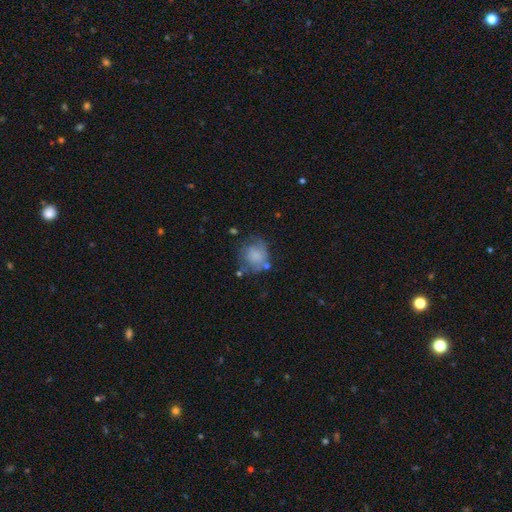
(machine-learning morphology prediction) The model was most divided on "merging": none: 44%, minor disturbance: 29%, major disturbance: 20%, merger: 7%. More confident: how rounded — round (69%); smooth or featured — smooth (66%).